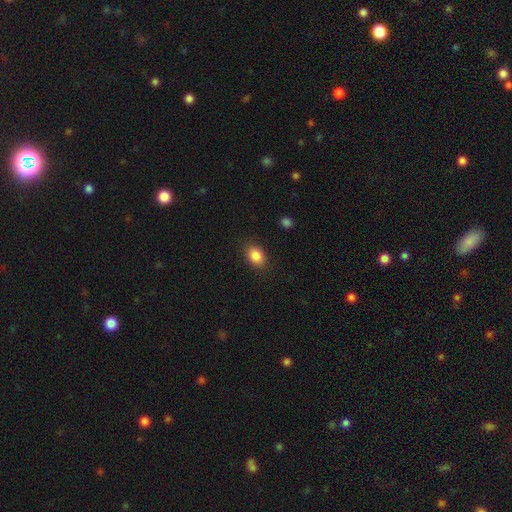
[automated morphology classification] Overall: smooth (87%). How rounded: in between (71%). Merging: none (85%).